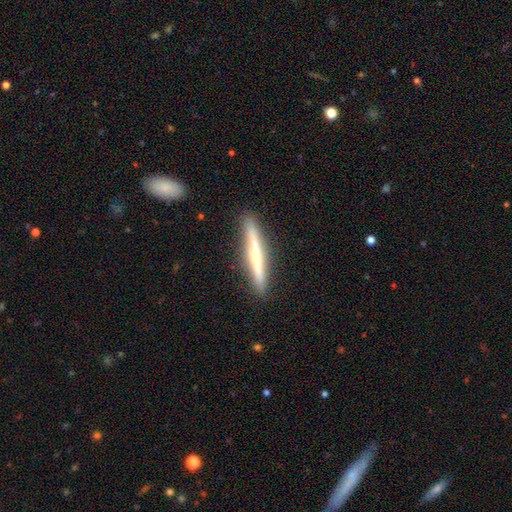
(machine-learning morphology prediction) The model was most divided on "edge-on bulge": rounded: 47%, none: 43%, boxy: 10%. More confident: edge-on disk — yes (97%); merging — none (90%); smooth or featured — featured or disk (56%).